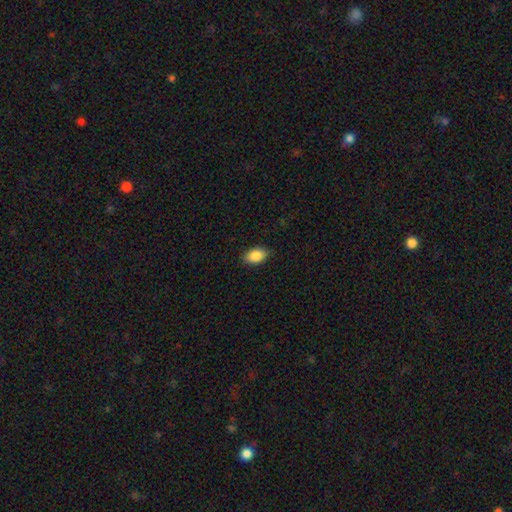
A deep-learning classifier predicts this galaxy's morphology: Overall: smooth (88%). How rounded: in between (91%). Merging: none (86%).